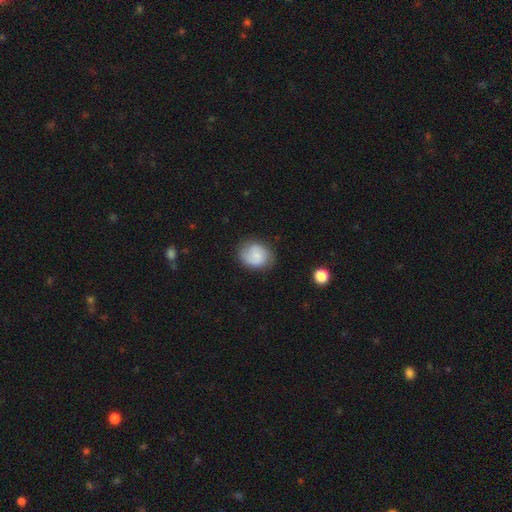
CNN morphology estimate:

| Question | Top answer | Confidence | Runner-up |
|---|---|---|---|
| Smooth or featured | smooth | 49% | featured or disk (44%) |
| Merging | none | 76% | minor disturbance (17%) |